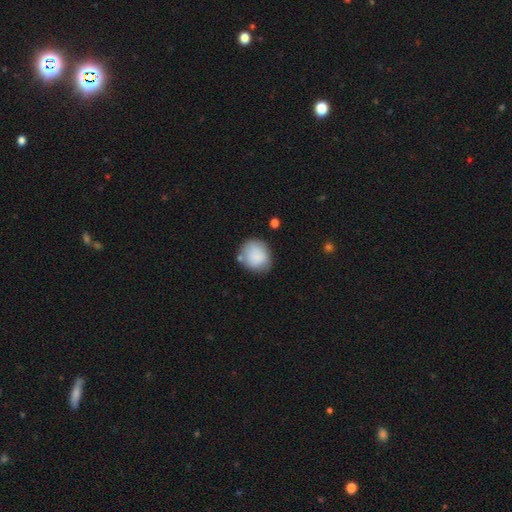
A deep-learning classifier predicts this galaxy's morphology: Smooth or featured? Predicted: smooth (p=0.86). How rounded? Predicted: round (p=0.75). Merging? Predicted: none (p=0.67).